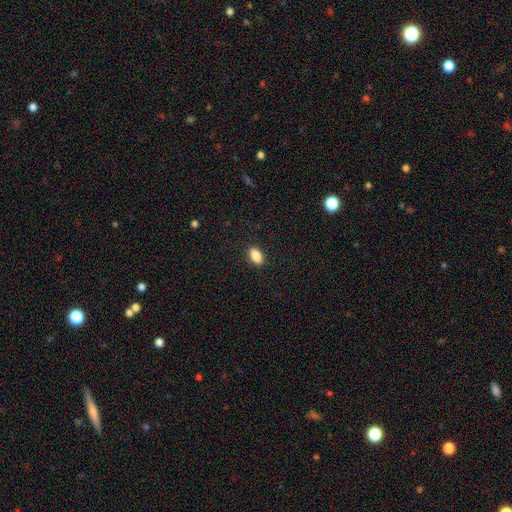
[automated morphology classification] A smooth galaxy with no disk features (88%) that is in between round and cigar-shaped (90%). Merging: none (89%).